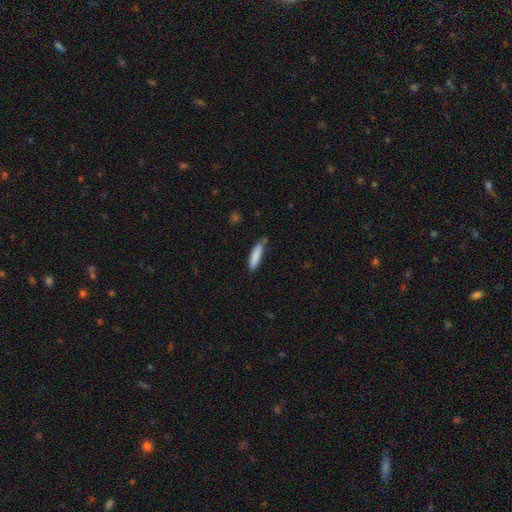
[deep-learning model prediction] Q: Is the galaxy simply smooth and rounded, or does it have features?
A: smooth — 86%.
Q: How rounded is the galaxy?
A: cigar-shaped — 75%.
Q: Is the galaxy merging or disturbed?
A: none — 68%.